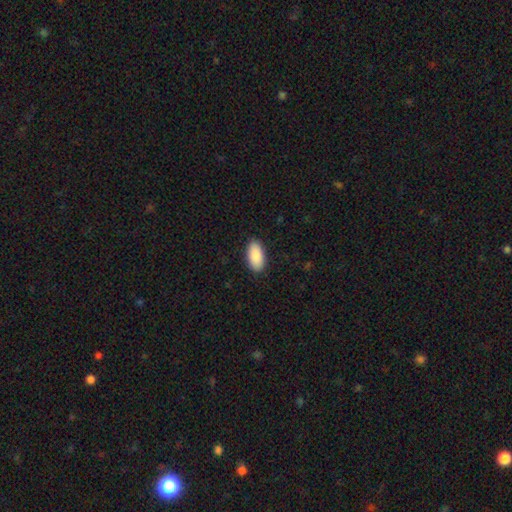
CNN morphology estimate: Smooth or featured?
  - smooth: 90% *
  - star or artifact: 6%
  - featured or disk: 4%
How rounded?
  - in between: 95% *
  - cigar-shaped: 3%
  - round: 2%
Merging?
  - none: 89% *
  - minor disturbance: 8%
  - major disturbance: 2%
  - merger: 1%